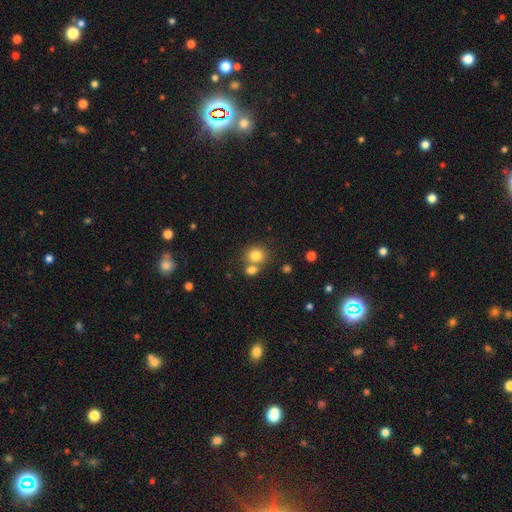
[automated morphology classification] smooth_or_featured: smooth (p=0.81) [alt: star or artifact p=0.11]
how_rounded: round (p=0.78) [alt: in between p=0.21]
merging: none (p=0.55) [alt: merger p=0.34]